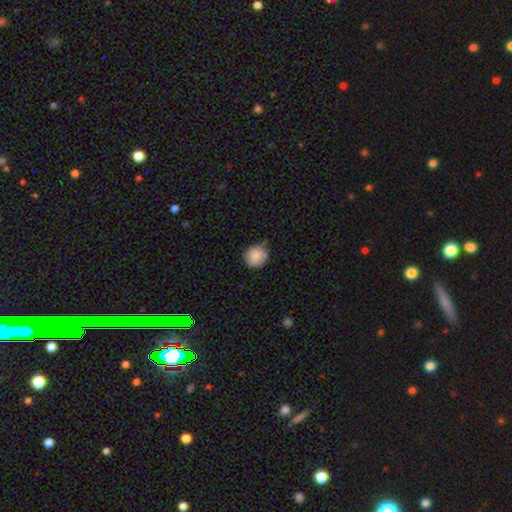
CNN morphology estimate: smooth-or-featured: smooth: 87% | star or artifact: 8% | featured or disk: 5%
  how-rounded: round: 89% | in between: 10% | cigar-shaped: 1%
  merging: none: 74% | minor disturbance: 21% | major disturbance: 3% | merger: 2%